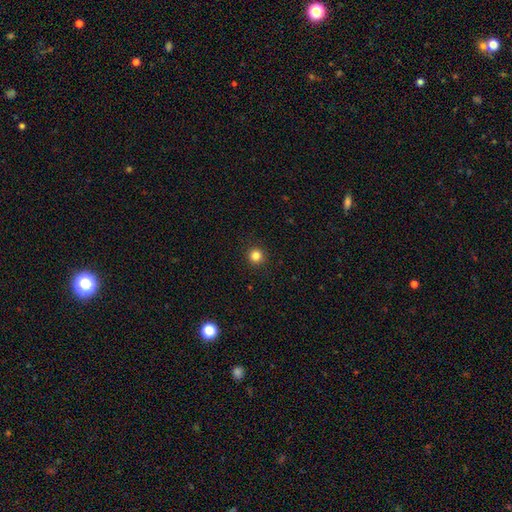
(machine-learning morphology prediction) Smooth or featured: smooth — 83% (star or artifact — 13%)
How rounded: round — 95% (in between — 4%)
Merging: none — 93% (minor disturbance — 4%)